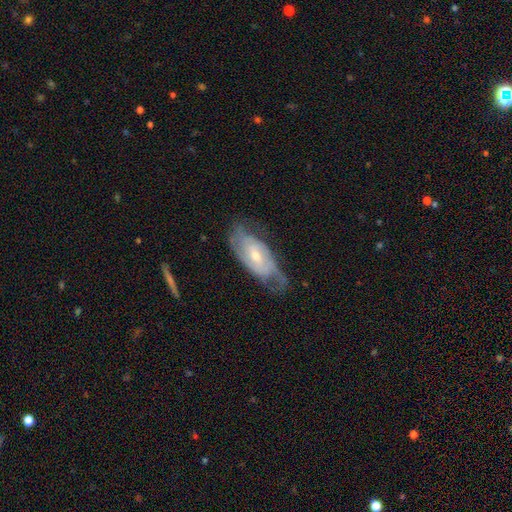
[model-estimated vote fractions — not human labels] The model was most divided on "bar": no: 48%, weak: 42%, strong: 10%. Remaining: spiral arms — yes (92%); edge-on disk — no (91%); smooth or featured — featured or disk (80%); merging — none (63%); bulge size — moderate (53%); spiral arm count — 2 (52%); spiral winding — tight (48%).